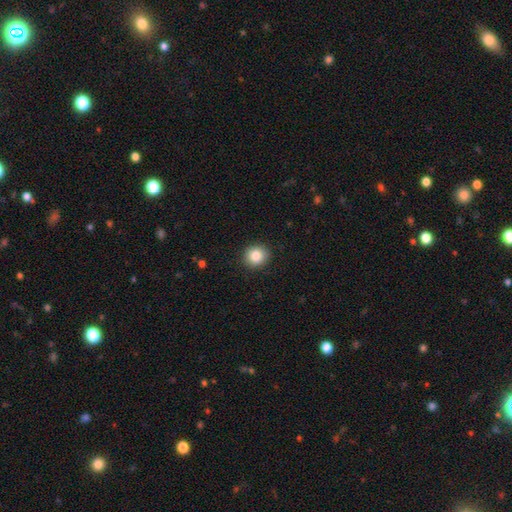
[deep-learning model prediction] smooth-or-featured: smooth: 85% | star or artifact: 9% | featured or disk: 6%
  how-rounded: round: 86% | in between: 14% | cigar-shaped: 1%
  merging: none: 91% | minor disturbance: 6% | major disturbance: 2% | merger: 1%